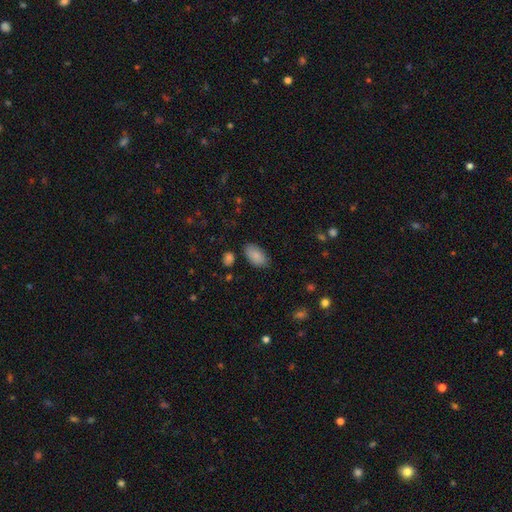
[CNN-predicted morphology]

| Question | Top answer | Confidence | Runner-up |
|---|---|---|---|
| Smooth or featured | smooth | 87% | star or artifact (7%) |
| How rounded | in between | 94% | round (4%) |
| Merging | none | 80% | minor disturbance (14%) |